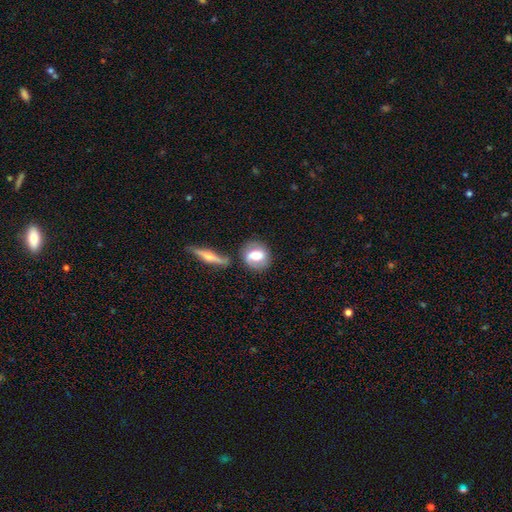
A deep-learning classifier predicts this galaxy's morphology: featured or disk 48%, smooth 45%, star or artifact 7%. Down the decision tree: merging — none (65%).